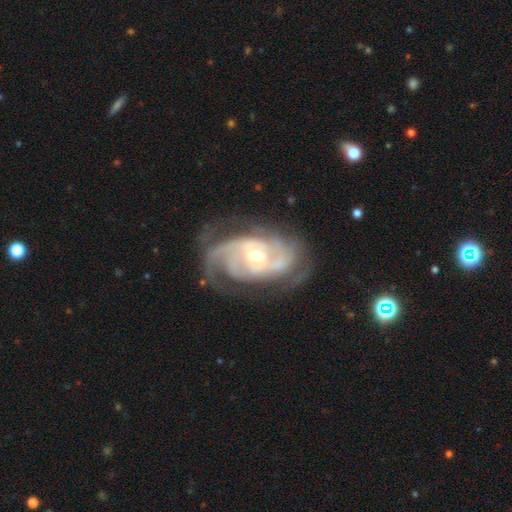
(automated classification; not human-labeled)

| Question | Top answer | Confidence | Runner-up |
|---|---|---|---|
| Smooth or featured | featured or disk | 90% | smooth (5%) |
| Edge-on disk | no | 97% | yes (3%) |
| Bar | no | 51% | weak (39%) |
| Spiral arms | yes | 97% | no (3%) |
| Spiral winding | tight | 51% | medium (40%) |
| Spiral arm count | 2 | 33% | 3 (29%) |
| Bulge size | moderate | 63% | small (30%) |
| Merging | none | 65% | minor disturbance (20%) |